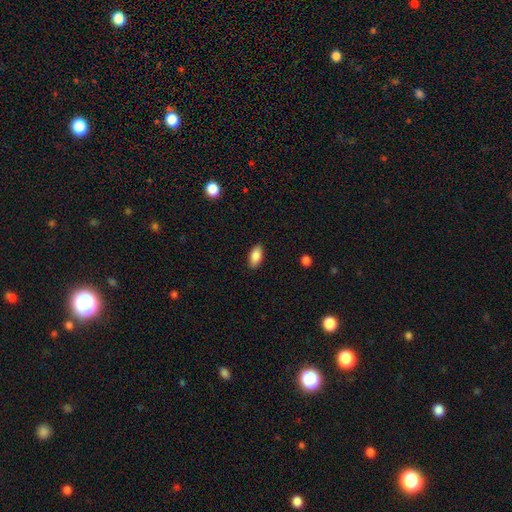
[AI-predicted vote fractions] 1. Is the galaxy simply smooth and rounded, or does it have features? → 87% smooth, 7% star or artifact, 6% featured or disk.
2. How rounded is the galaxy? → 91% in between, 6% cigar-shaped, 3% round.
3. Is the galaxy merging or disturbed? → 88% none, 9% minor disturbance, 2% major disturbance, 1% merger.